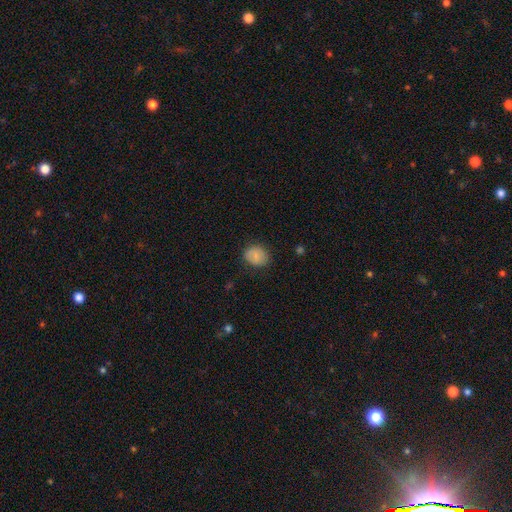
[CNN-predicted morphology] This appears to be a smooth galaxy with no disk features (84%) that is round (55%). Merging: none (81%).